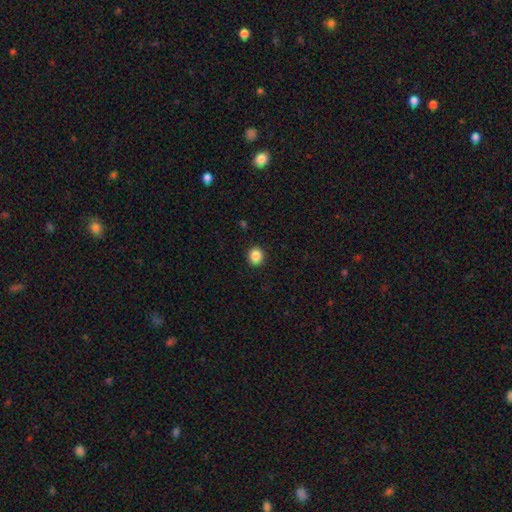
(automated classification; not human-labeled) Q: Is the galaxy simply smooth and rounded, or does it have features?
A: smooth — 87%.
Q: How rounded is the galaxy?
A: round — 70%.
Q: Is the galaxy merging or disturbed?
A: none — 91%.